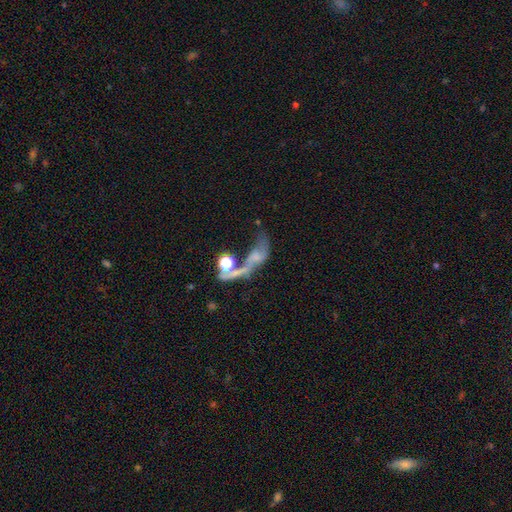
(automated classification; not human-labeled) A featured or disk galaxy (48%).

Vote fractions:
- Smooth or featured? featured or disk: 48% / smooth: 34% / star or artifact: 18%
- Merging? major disturbance: 34% (tied) / merger: 34% (tied) / none: 20% / minor disturbance: 13%